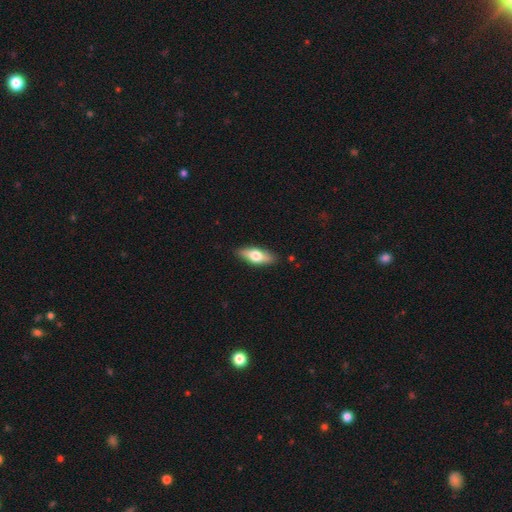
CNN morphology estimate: smooth_or_featured: smooth (p=0.59) [alt: featured or disk p=0.35]
how_rounded: in between (p=0.69) [alt: cigar-shaped p=0.28]
merging: none (p=0.87) [alt: minor disturbance p=0.10]